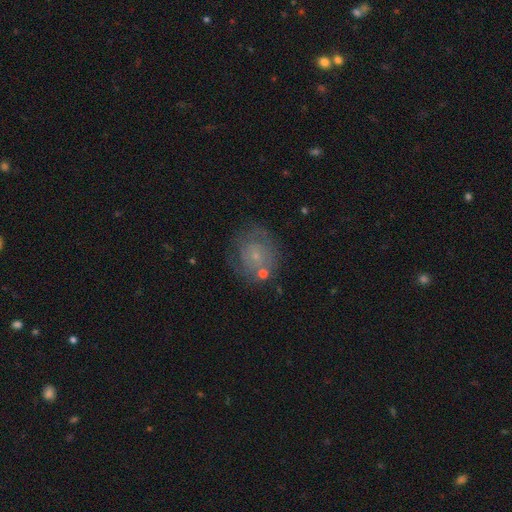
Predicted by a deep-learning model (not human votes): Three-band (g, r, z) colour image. It shows a featured or disk galaxy (50%). Merging: none (64%).